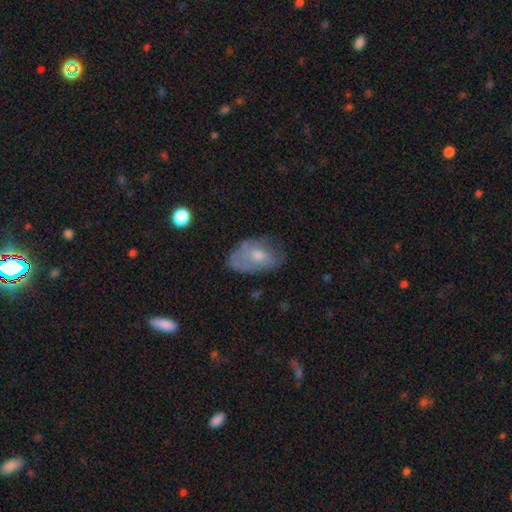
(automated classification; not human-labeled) A smooth galaxy with no disk features (49%). Merging: none (51%).